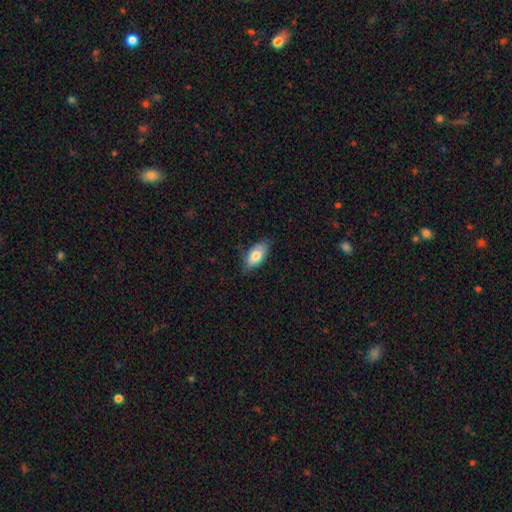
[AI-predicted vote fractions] smooth_or_featured: smooth (p=0.77) [alt: featured or disk p=0.17]
how_rounded: in between (p=0.92) [alt: cigar-shaped p=0.04]
merging: none (p=0.75) [alt: minor disturbance p=0.20]